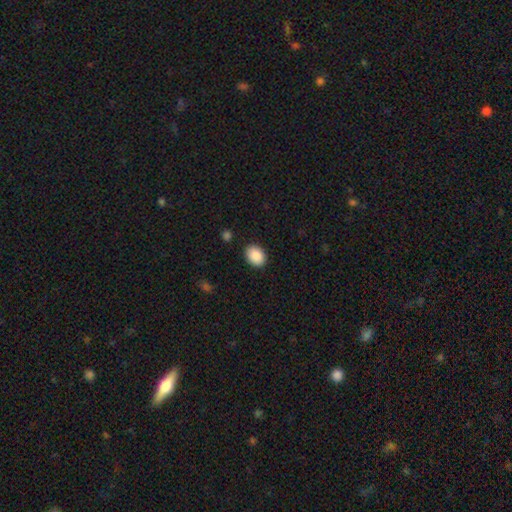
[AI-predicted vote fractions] Smooth or featured?
  - smooth: 90% *
  - star or artifact: 7%
  - featured or disk: 3%
How rounded?
  - in between: 69% *
  - round: 30%
  - cigar-shaped: 1%
Merging?
  - none: 89% *
  - minor disturbance: 8%
  - major disturbance: 2%
  - merger: 1%